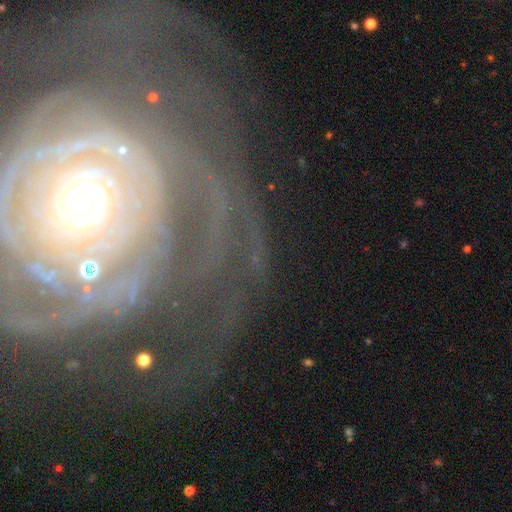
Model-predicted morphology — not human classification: The model was most divided on "bulge size": moderate: 53%, small: 32%, large: 10%, dominant: 3%, none: 2%. Remaining: edge-on disk — no (94%); spiral arms — yes (80%); smooth or featured — featured or disk (79%); bar — no (73%); spiral winding — tight (71%); merging — none (60%); spiral arm count — can't tell (39%).